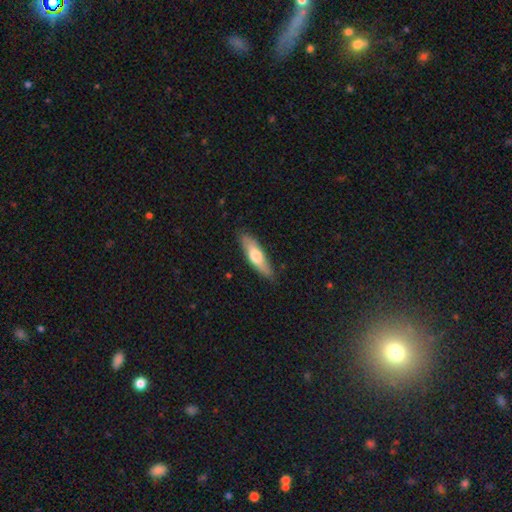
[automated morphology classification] This appears to be a smooth galaxy with no disk features (63%) that is cigar-shaped (61%). Merging: none (85%).